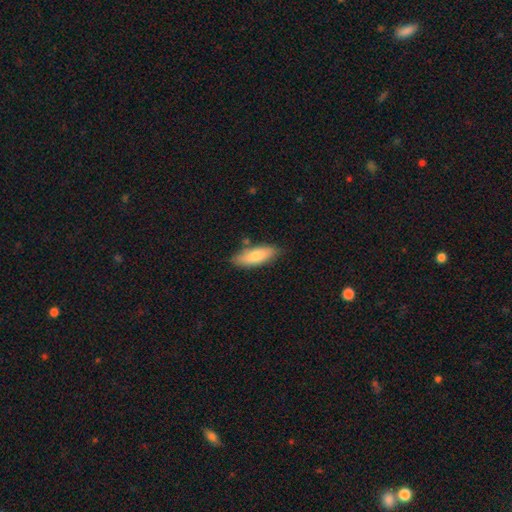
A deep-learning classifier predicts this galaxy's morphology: A smooth galaxy with no disk features (77%) that is in between round and cigar-shaped (69%).

Vote fractions:
- Smooth or featured? smooth: 77% / featured or disk: 17% / star or artifact: 6%
- How rounded? in between: 69% / cigar-shaped: 29% / round: 2%
- Merging? none: 78% / minor disturbance: 15% / merger: 4% / major disturbance: 3%